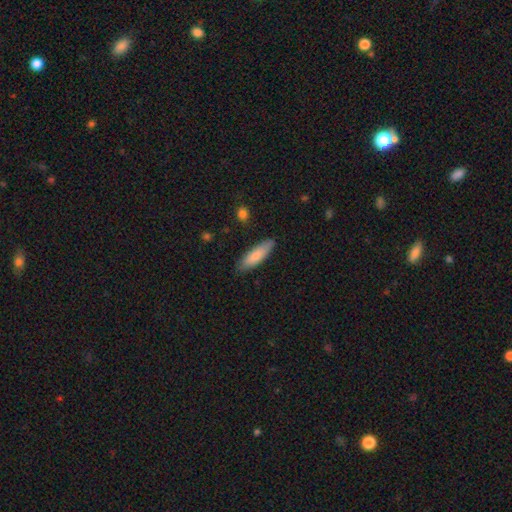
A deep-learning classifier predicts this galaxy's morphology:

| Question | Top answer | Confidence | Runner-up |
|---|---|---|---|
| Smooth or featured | smooth | 81% | featured or disk (14%) |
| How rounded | cigar-shaped | 60% | in between (38%) |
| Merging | none | 85% | minor disturbance (11%) |